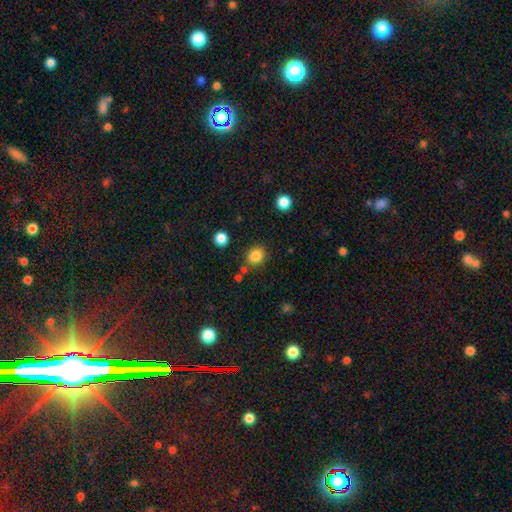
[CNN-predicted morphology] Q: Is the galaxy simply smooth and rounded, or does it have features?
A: smooth — 84%.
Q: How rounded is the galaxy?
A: round — 74%.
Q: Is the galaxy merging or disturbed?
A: none — 81%.